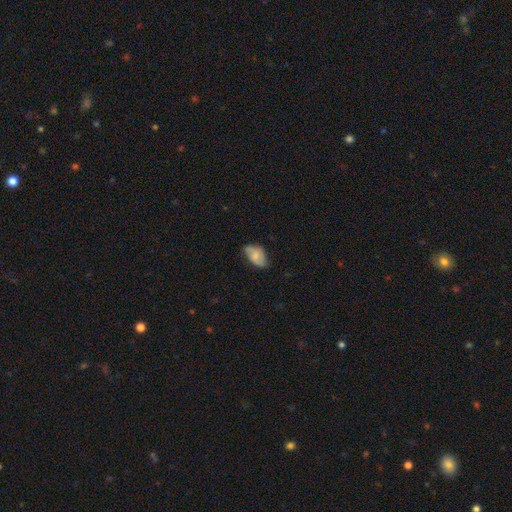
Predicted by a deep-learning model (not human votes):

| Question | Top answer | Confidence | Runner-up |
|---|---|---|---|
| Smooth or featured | smooth | 67% | featured or disk (26%) |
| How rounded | in between | 92% | round (7%) |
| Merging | none | 62% | minor disturbance (31%) |